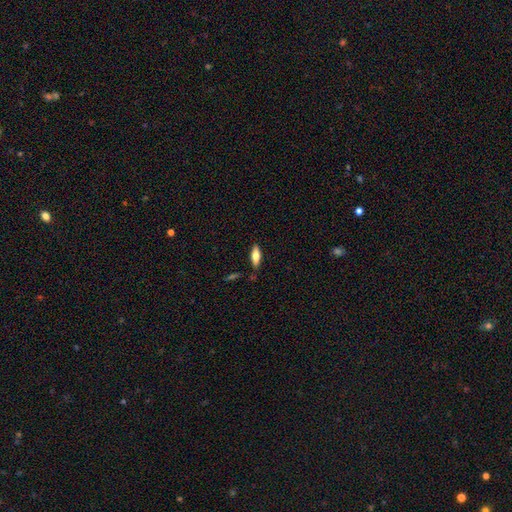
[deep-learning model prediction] smooth_or_featured: smooth (p=0.64) [alt: featured or disk p=0.29]
how_rounded: in between (p=0.59) [alt: cigar-shaped p=0.39]
merging: none (p=0.82) [alt: minor disturbance p=0.12]